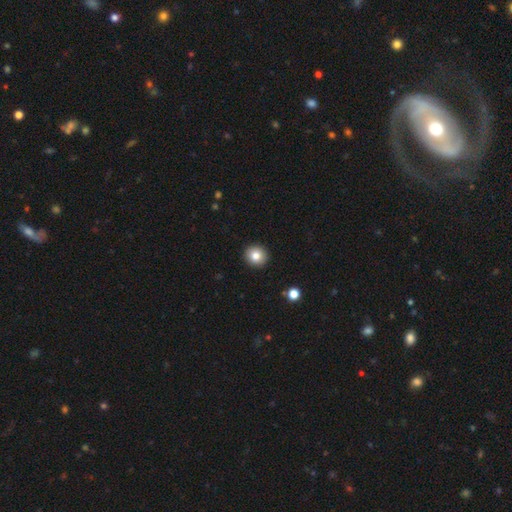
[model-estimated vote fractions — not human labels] This is clearly a smooth galaxy (82%). How rounded: clearly round (91%). Merging: clearly none (93%).